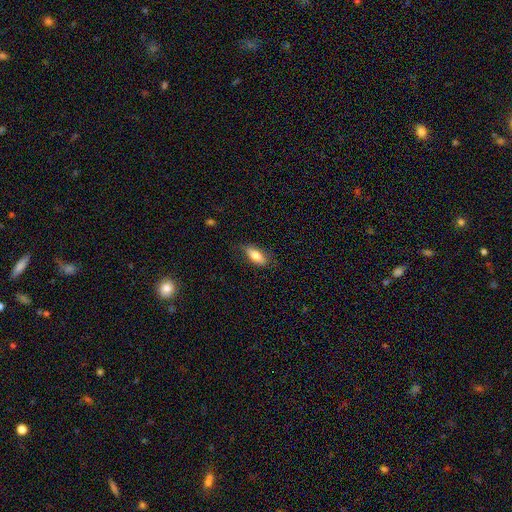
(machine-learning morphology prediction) A smooth galaxy with no disk features (77%) that is in between round and cigar-shaped (79%). Merging: none (74%).